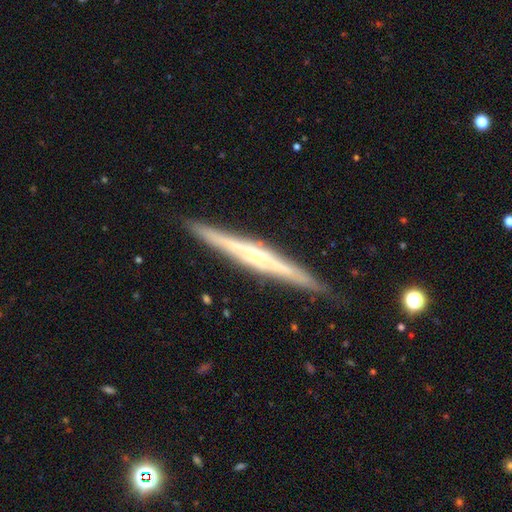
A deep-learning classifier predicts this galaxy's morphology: This is likely a featured or disk galaxy (80%). It is clearly viewed edge-on (98%). Edge-on bulge: possibly rounded (54%). Merging: clearly none (90%).